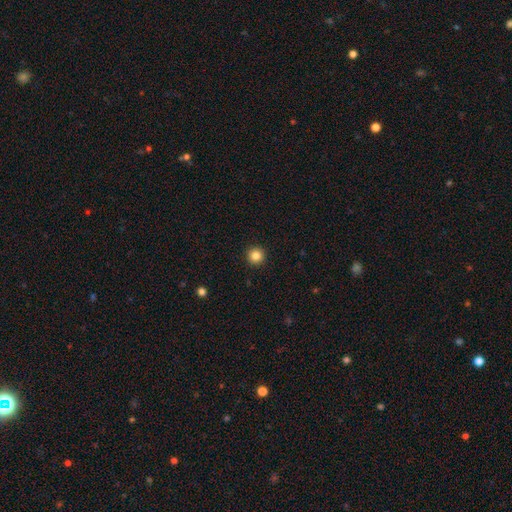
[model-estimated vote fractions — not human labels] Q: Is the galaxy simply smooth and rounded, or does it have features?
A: smooth — 84%.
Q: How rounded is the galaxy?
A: round — 96%.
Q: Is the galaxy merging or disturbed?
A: none — 94%.